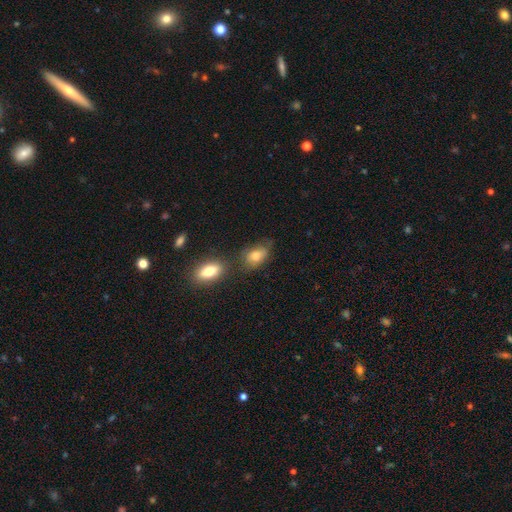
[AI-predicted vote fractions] A smooth galaxy with no disk features (76%) that is in between round and cigar-shaped (86%).

Vote fractions:
- Smooth or featured? smooth: 76% / featured or disk: 15% / star or artifact: 9%
- How rounded? in between: 86% / round: 11% / cigar-shaped: 3%
- Merging? none: 54% / minor disturbance: 26% / merger: 12% / major disturbance: 8%